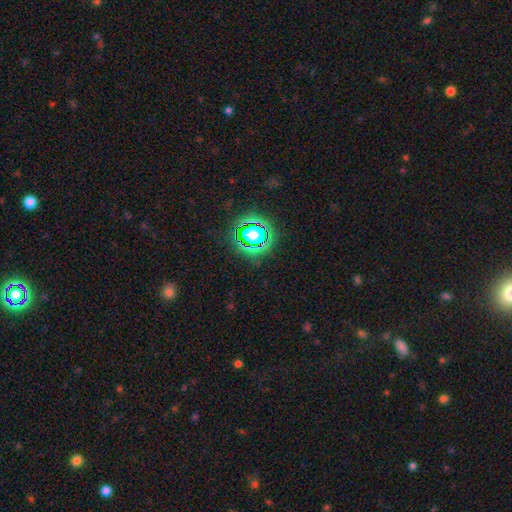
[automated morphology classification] smooth-or-featured: star or artifact: 77% | smooth: 16% | featured or disk: 8%